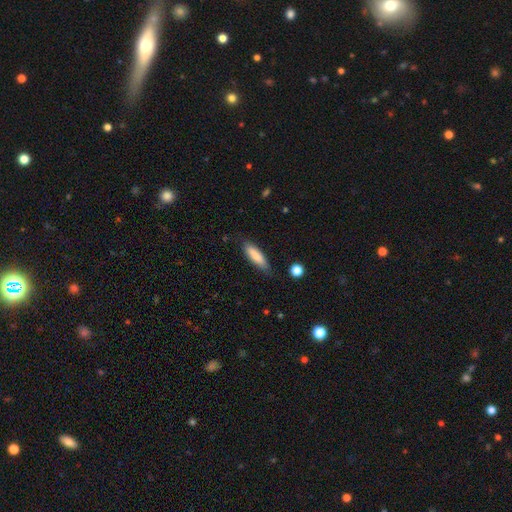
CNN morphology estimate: type=smooth (82%); roundness=cigar-shaped (64%); merging=none (78%).